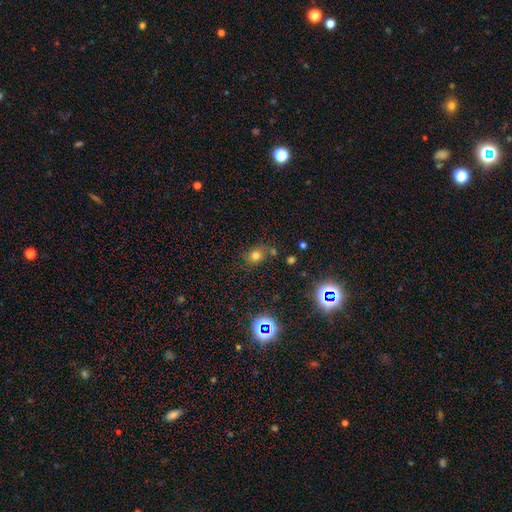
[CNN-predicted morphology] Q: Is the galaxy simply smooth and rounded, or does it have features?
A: smooth — 70%.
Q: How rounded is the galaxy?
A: round — 66%.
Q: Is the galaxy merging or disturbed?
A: none — 71%.